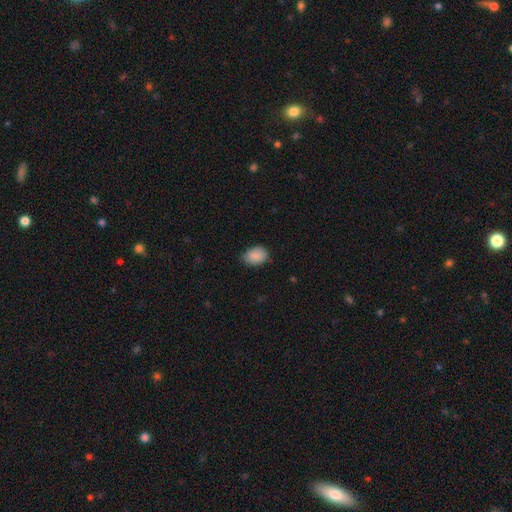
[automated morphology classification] smooth 89%, star or artifact 7%, featured or disk 4%. Down the decision tree: how rounded — in between (79%); merging — none (74%).